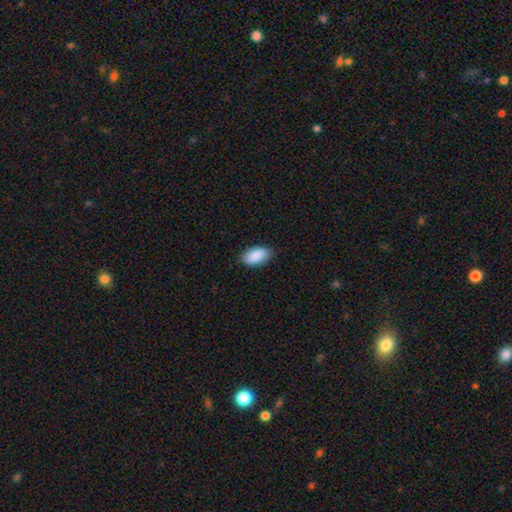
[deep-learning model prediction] Smooth or featured? Predicted: smooth (p=0.90). How rounded? Predicted: in between (p=0.95). Merging? Predicted: none (p=0.86).